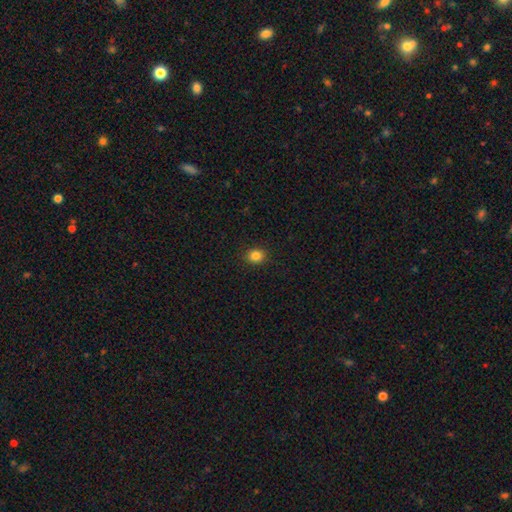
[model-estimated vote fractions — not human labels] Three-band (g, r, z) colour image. It shows a smooth galaxy with no disk features (83%) that is round (76%). Merging: none (90%).